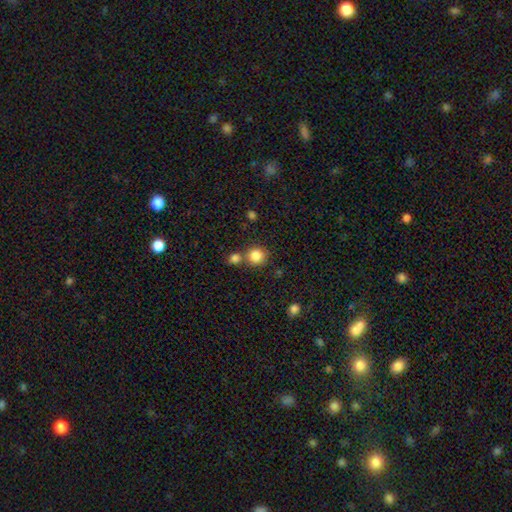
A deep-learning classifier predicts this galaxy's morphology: The model was most divided on "merging": none: 67%, merger: 22%, minor disturbance: 8%, major disturbance: 3%. More confident: how rounded — round (91%); smooth or featured — smooth (85%).